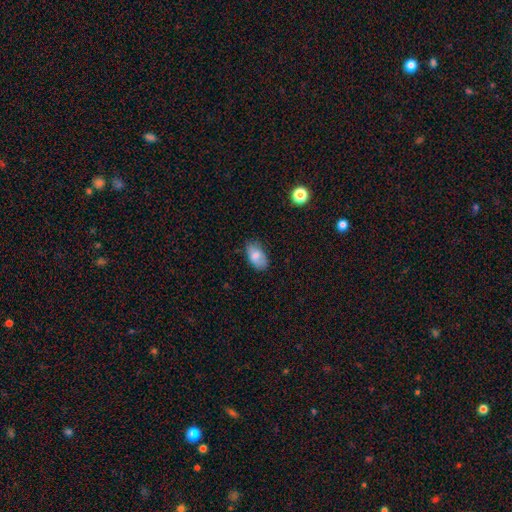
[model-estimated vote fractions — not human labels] Smooth or featured? smooth (78%)
How rounded? in between (92%)
Merging? none (70%)